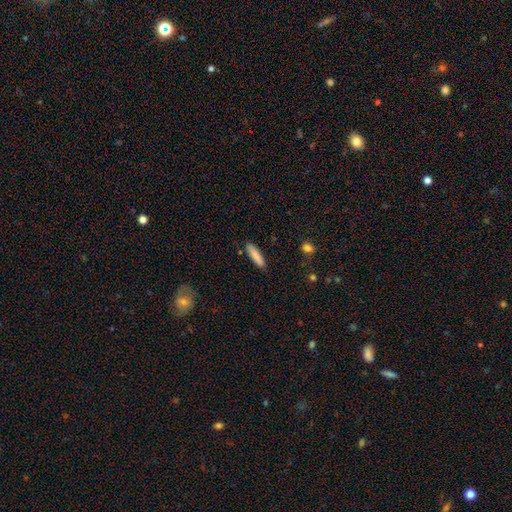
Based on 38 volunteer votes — Morphology: type=smooth (92%); roundness=cigar-shaped (89%); merging=none (94%).